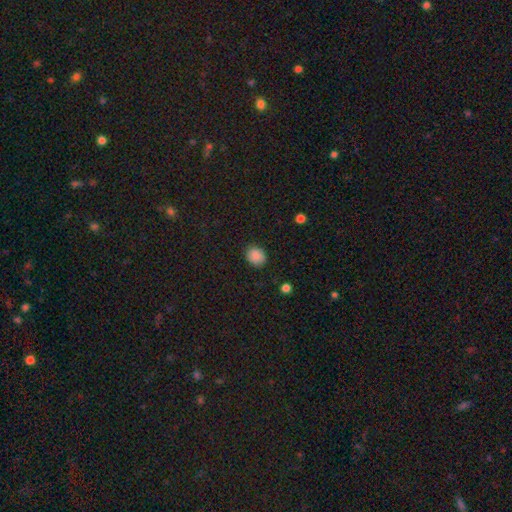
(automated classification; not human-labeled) Smooth or featured? smooth (87%)
How rounded? round (68%)
Merging? none (86%)